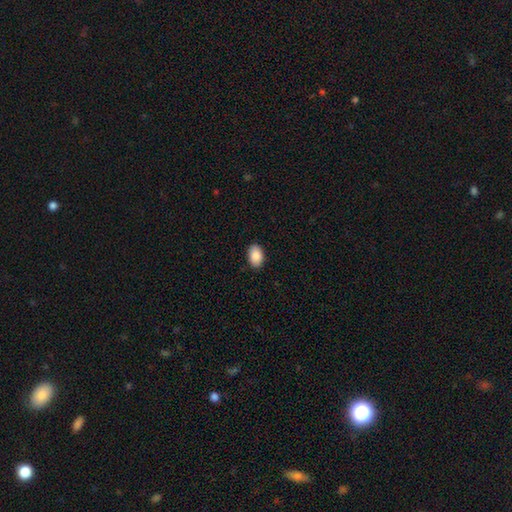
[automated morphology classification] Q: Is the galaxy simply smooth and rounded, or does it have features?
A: smooth — 90%.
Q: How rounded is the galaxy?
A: in between — 89%.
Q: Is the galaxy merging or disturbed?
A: none — 89%.